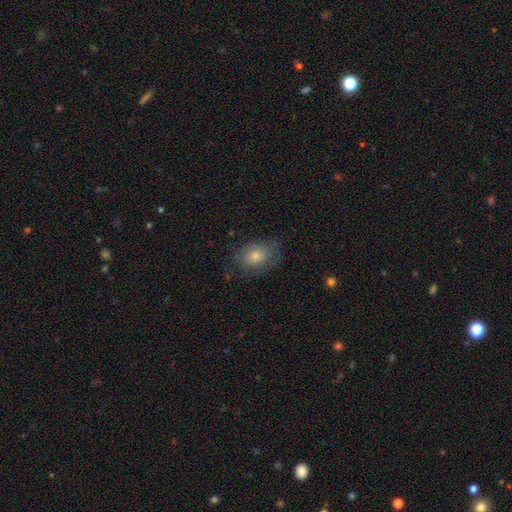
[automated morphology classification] Q: Smooth or featured?
A: smooth (60%); runner-up: featured or disk (28%)
Q: How rounded?
A: in between (70%); runner-up: round (28%)
Q: Merging?
A: none (69%); runner-up: minor disturbance (21%)